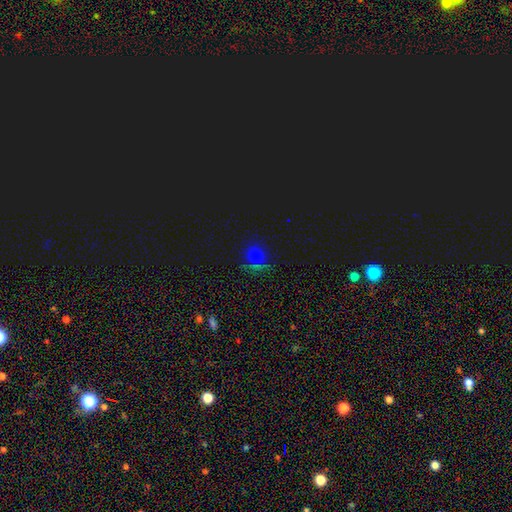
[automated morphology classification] This is possibly a smooth galaxy (47%). Merging: likely none (77%).